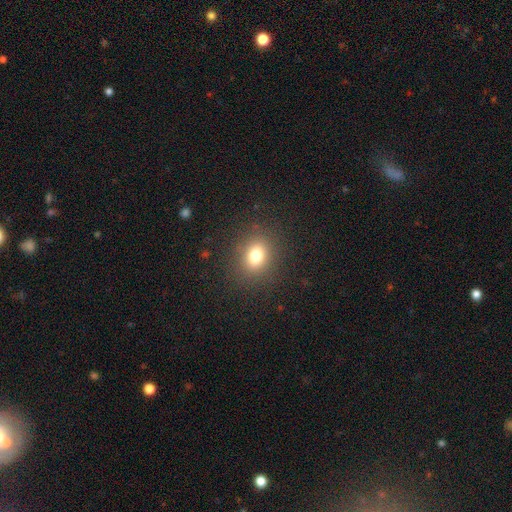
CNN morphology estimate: Smooth or featured? Predicted: smooth (p=0.77). How rounded? Predicted: round (p=0.50). Merging? Predicted: none (p=0.86).